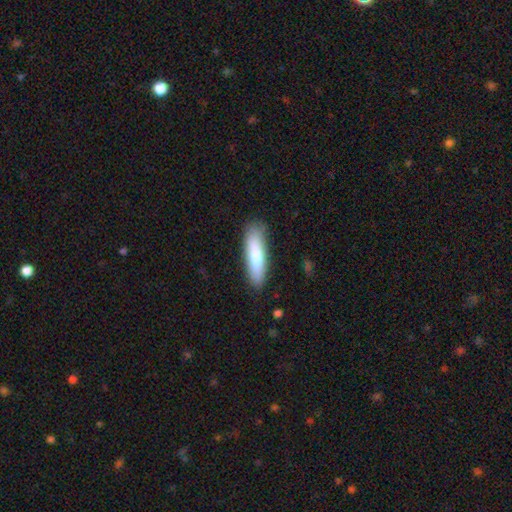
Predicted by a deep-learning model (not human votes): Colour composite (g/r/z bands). It shows a smooth galaxy with no disk features (76%) that is cigar-shaped (70%). Merging: none (86%).